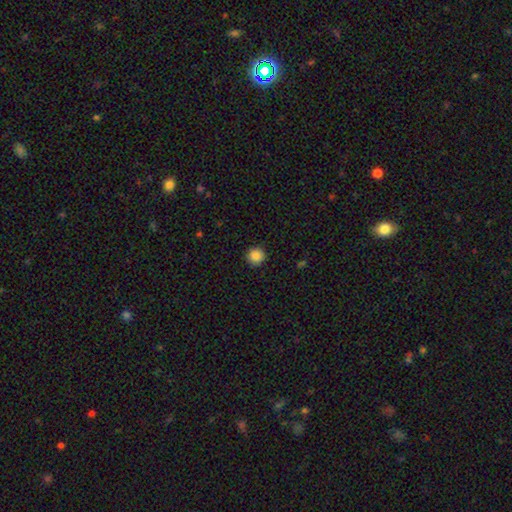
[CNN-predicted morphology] Overall: smooth (86%). How rounded: round (95%). Merging: none (91%).